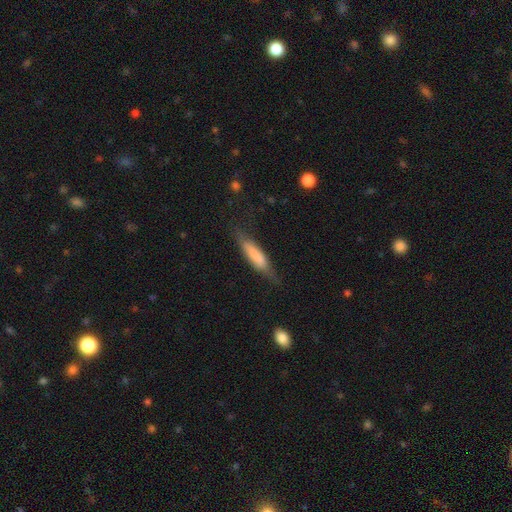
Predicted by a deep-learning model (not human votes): smooth 67%, featured or disk 26%, star or artifact 7%. Down the decision tree: how rounded — cigar-shaped (67%); merging — none (62%).